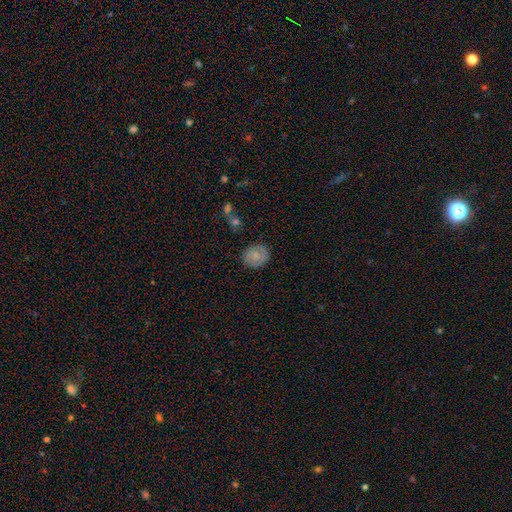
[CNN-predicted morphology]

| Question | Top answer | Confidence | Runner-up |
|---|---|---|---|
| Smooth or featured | smooth | 65% | featured or disk (27%) |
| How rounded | round | 73% | in between (26%) |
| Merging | none | 80% | minor disturbance (14%) |